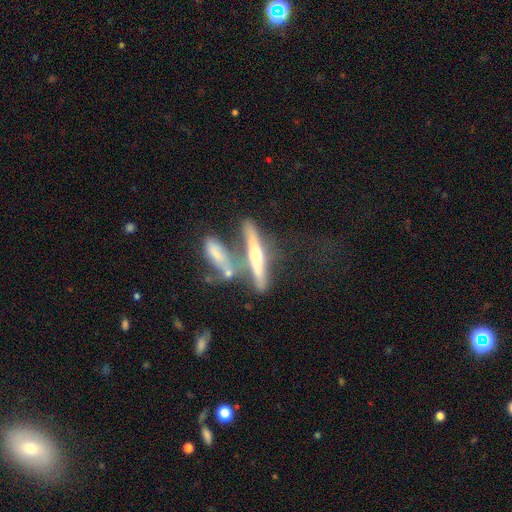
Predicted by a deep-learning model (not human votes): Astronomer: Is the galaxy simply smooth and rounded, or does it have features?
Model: featured or disk — 74%.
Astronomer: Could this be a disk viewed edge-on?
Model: yes — 92%.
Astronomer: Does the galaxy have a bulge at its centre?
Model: rounded — 89%.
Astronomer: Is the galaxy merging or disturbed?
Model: none — 48% (runner-up: merger, 33%).